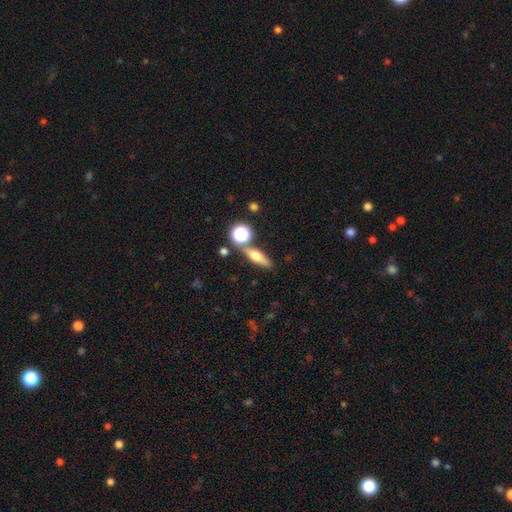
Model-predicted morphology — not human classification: A smooth galaxy with no disk features (49%). Merging: none (74%).